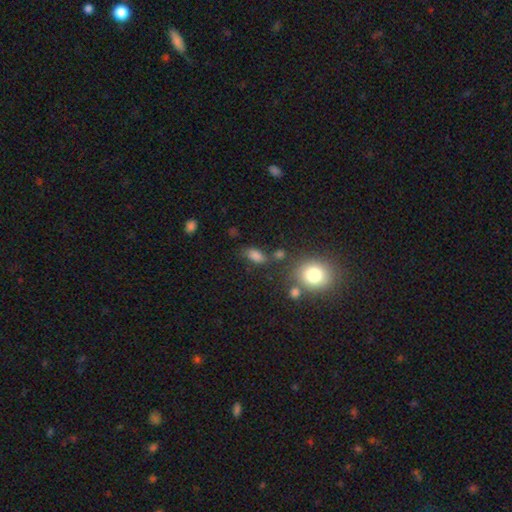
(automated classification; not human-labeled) smooth 79%, star or artifact 13%, featured or disk 7%. Down the decision tree: how rounded — in between (82%); merging — none (65%).